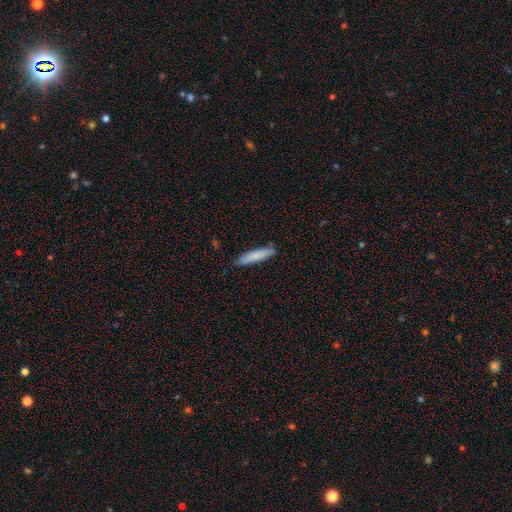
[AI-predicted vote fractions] Overall: smooth (80%). How rounded: cigar-shaped (88%). Merging: none (85%).